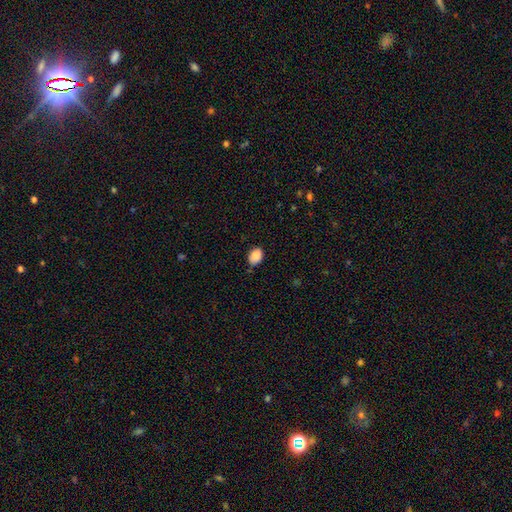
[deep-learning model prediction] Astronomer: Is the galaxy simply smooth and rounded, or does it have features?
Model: smooth — 87%.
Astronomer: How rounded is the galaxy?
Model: in between — 76%.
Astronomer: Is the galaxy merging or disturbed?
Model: none — 74%.